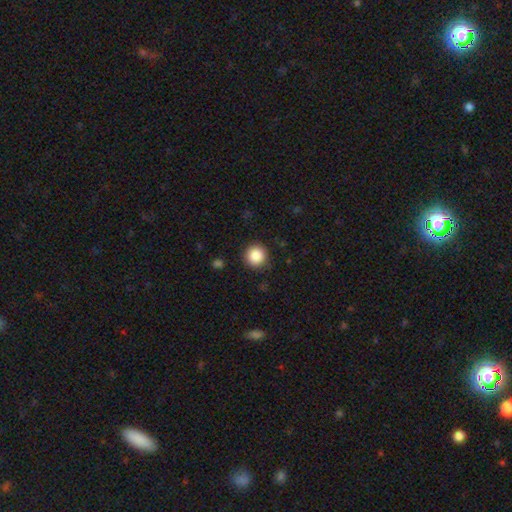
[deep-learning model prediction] Overall: smooth (87%). How rounded: round (95%). Merging: none (90%).